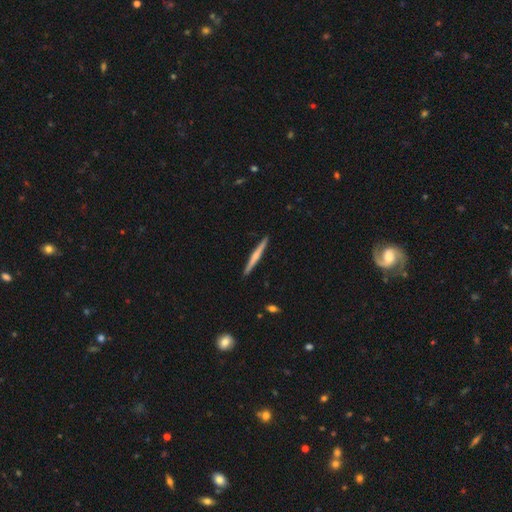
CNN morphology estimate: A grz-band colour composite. It shows a featured or disk galaxy (54%) viewed edge-on (98%) with a rounded central bulge (51%). Merging: none (92%).